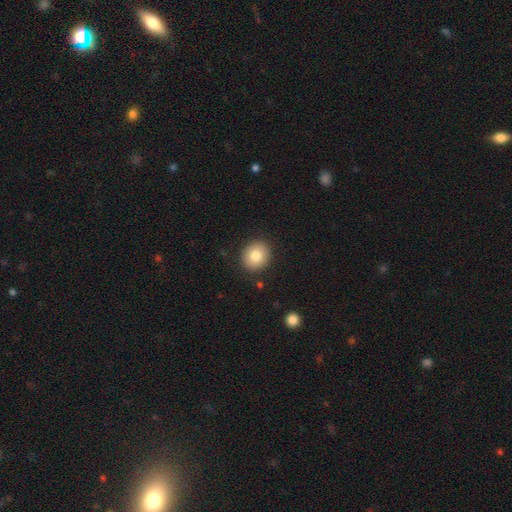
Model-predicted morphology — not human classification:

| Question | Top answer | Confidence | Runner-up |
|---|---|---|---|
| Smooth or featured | smooth | 81% | featured or disk (10%) |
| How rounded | round | 74% | in between (25%) |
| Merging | none | 89% | minor disturbance (7%) |